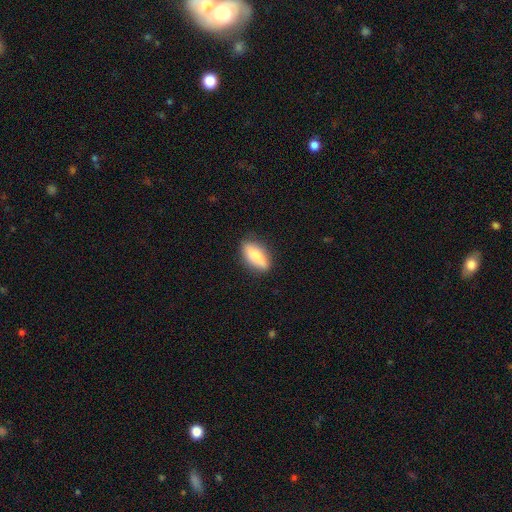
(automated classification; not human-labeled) The model was most divided on "how rounded": in between: 60%, cigar-shaped: 36%, round: 3%. More confident: merging — none (84%); smooth or featured — smooth (71%).